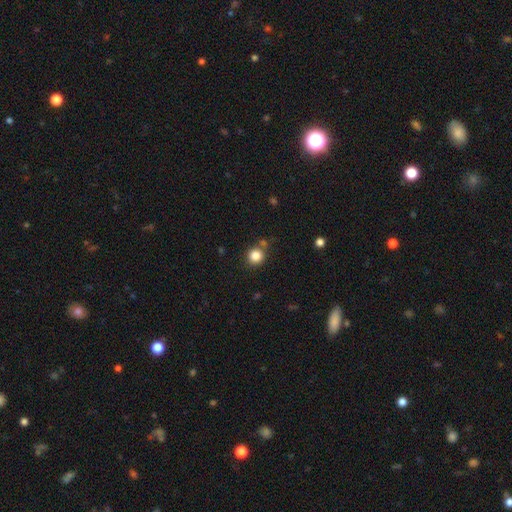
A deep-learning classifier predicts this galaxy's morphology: Smooth or featured? smooth (84%)
How rounded? round (89%)
Merging? none (78%)